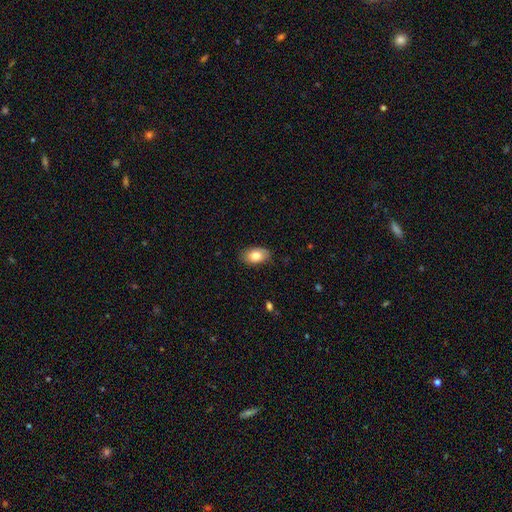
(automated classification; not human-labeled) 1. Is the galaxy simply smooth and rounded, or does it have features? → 81% smooth, 12% featured or disk, 7% star or artifact.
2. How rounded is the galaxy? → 91% in between, 7% round, 1% cigar-shaped.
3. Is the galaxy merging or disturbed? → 82% none, 14% minor disturbance, 3% major disturbance, 1% merger.